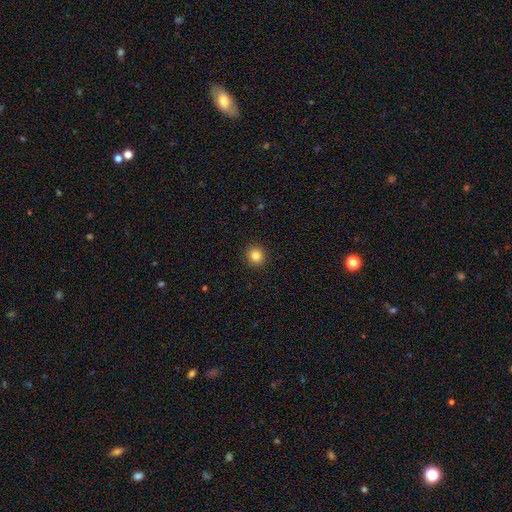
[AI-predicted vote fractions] Smooth or featured? smooth (84%)
How rounded? round (91%)
Merging? none (92%)